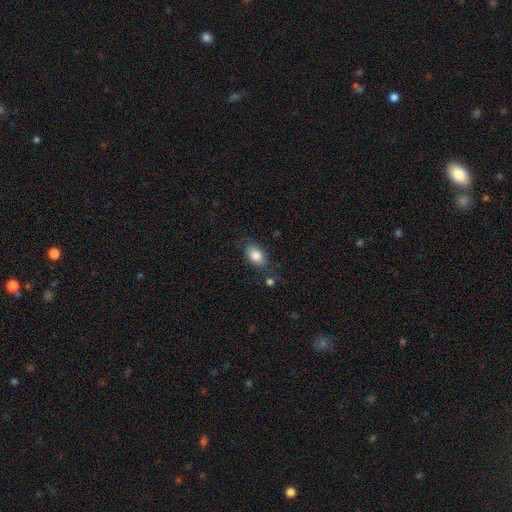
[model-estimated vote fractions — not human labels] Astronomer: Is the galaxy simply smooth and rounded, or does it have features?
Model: smooth — 82%.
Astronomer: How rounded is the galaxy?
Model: in between — 86%.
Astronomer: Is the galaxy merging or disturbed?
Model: none — 68%.